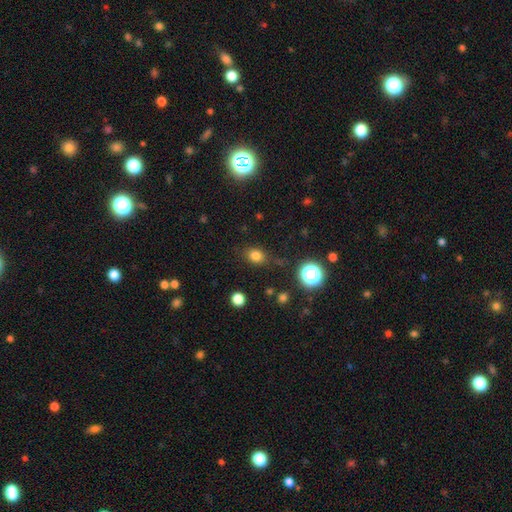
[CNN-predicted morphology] smooth 79%, star or artifact 15%, featured or disk 6%. Down the decision tree: how rounded — round (53%); merging — none (79%).